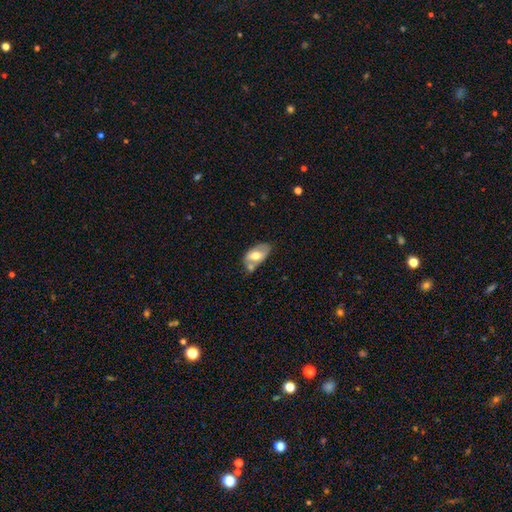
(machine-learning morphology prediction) Smooth or featured? smooth (52%)
How rounded? in between (92%)
Merging? none (44%)